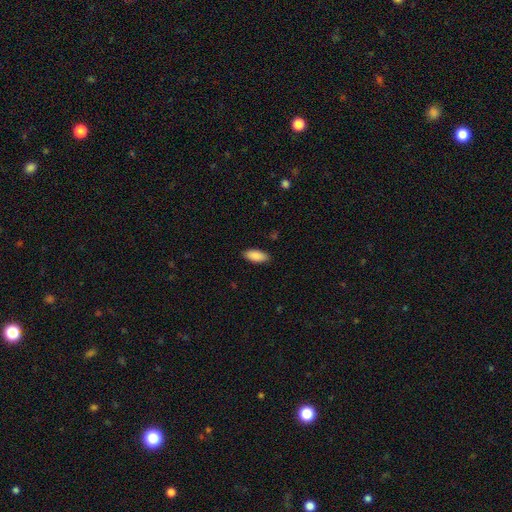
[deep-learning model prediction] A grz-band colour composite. It shows a smooth galaxy with no disk features (90%) that is in between round and cigar-shaped (87%). Merging: none (88%).